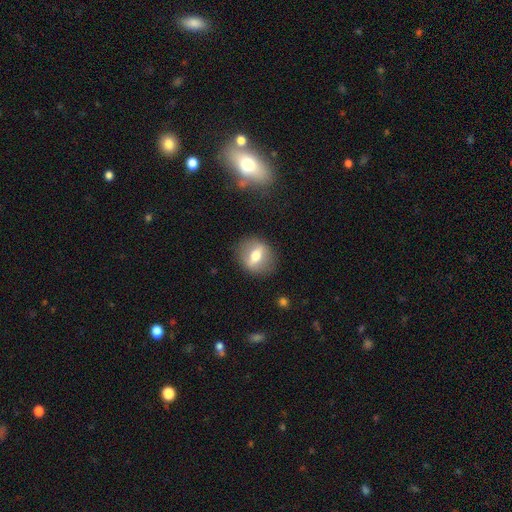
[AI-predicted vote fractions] featured or disk 46% (tied), smooth 46% (tied), star or artifact 9%. Down the decision tree: merging — none (85%).